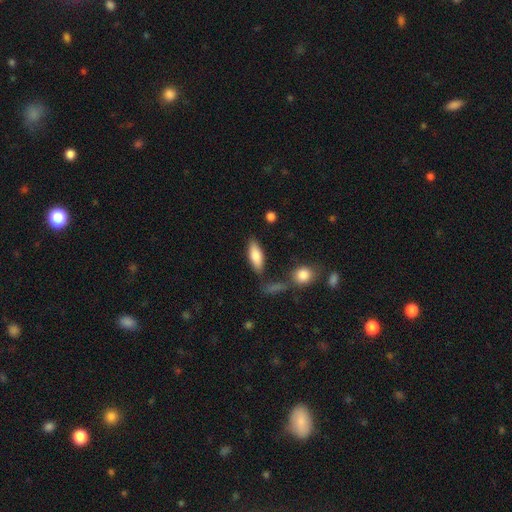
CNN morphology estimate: smooth_or_featured: smooth (p=0.79) [alt: featured or disk p=0.15]
how_rounded: in between (p=0.69) [alt: cigar-shaped p=0.29]
merging: none (p=0.76) [alt: minor disturbance p=0.13]